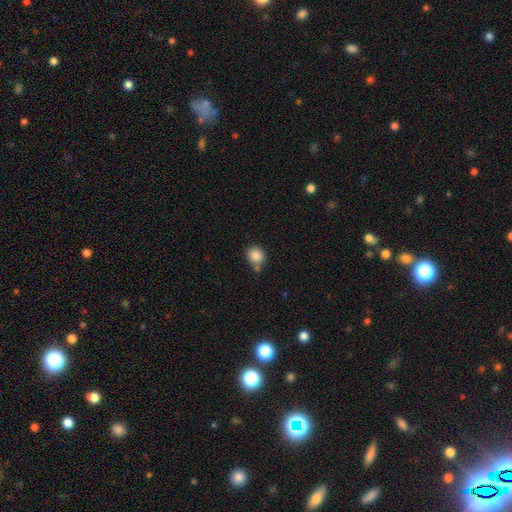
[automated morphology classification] smooth-or-featured: smooth: 86% | star or artifact: 9% | featured or disk: 5%
  how-rounded: round: 85% | in between: 14% | cigar-shaped: 1%
  merging: none: 63% | merger: 18% | minor disturbance: 15% | major disturbance: 4%